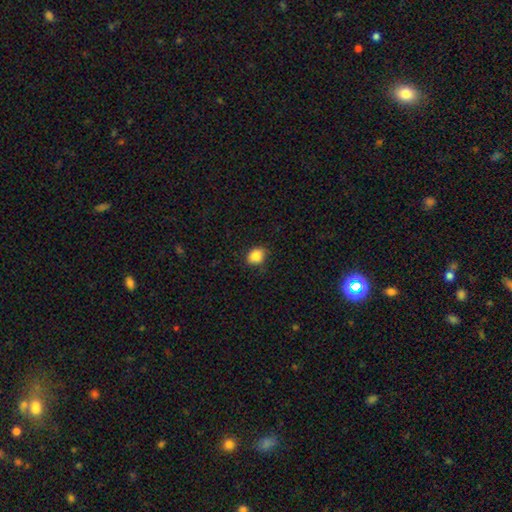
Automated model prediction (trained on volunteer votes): This appears to be a smooth galaxy with no disk features (87%) that is in between round and cigar-shaped (54%). Merging: none (79%).